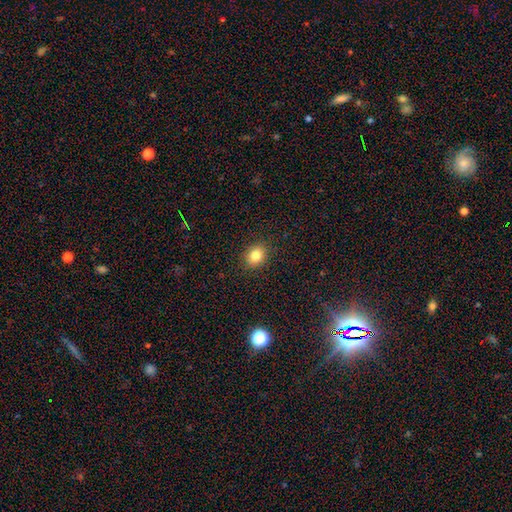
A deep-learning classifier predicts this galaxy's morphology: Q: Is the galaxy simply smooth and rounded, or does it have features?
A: smooth — 82%.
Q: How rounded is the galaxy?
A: round — 54%.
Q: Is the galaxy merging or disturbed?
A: none — 89%.